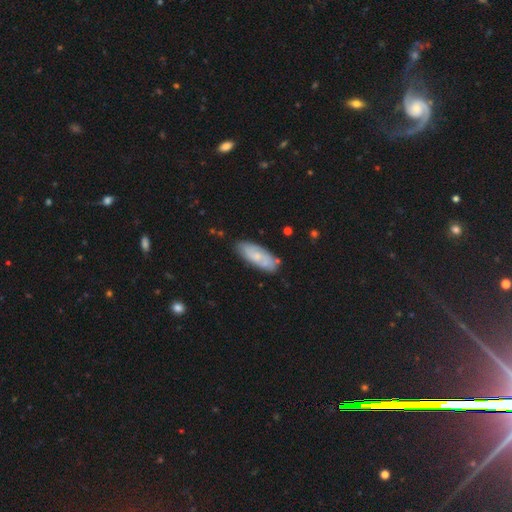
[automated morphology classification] Smooth or featured?
  - smooth: 54% *
  - featured or disk: 40%
  - star or artifact: 6%
How rounded?
  - in between: 75% *
  - cigar-shaped: 23%
  - round: 2%
Merging?
  - none: 75% *
  - minor disturbance: 18%
  - major disturbance: 3%
  - merger: 3%